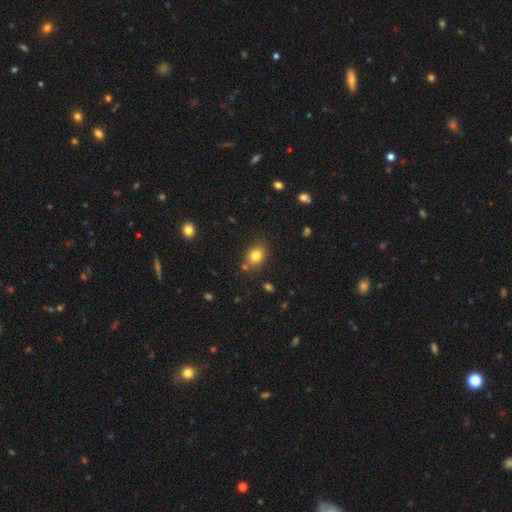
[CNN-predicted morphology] Smooth or featured: smooth — 80% (star or artifact — 12%)
How rounded: round — 52% (in between — 47%)
Merging: none — 79% (minor disturbance — 12%)